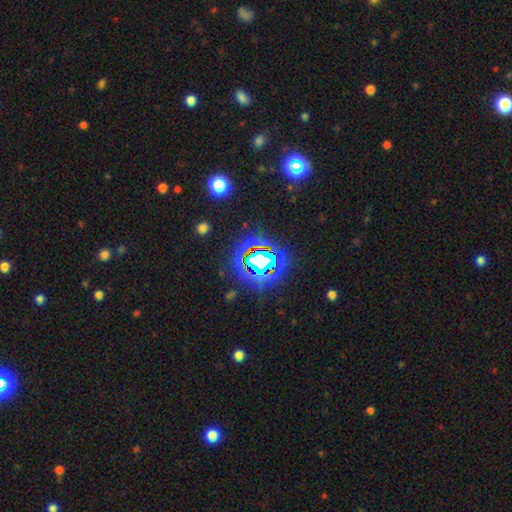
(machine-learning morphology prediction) Overall: star or artifact (81%).